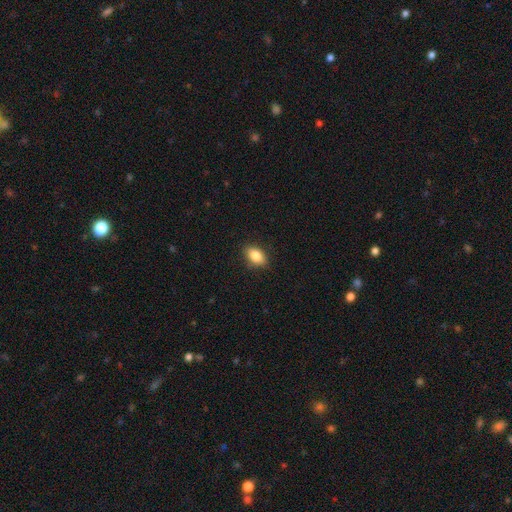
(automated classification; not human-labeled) Q: Smooth or featured?
A: smooth (86%); runner-up: star or artifact (8%)
Q: How rounded?
A: in between (88%); runner-up: round (10%)
Q: Merging?
A: none (88%); runner-up: minor disturbance (9%)